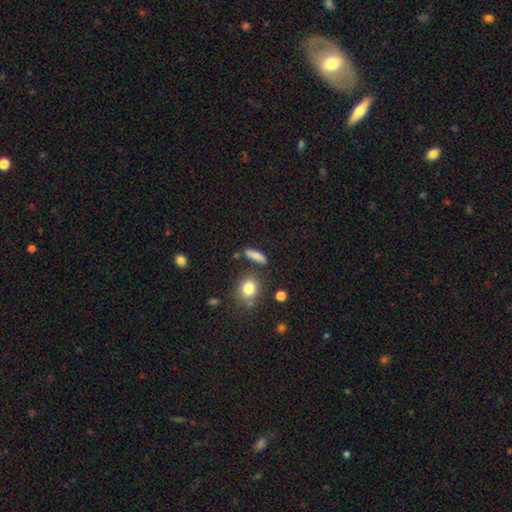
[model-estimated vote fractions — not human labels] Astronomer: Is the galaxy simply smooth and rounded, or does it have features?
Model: smooth — 80%.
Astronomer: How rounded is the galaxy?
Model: cigar-shaped — 56% (runner-up: in between, 34%).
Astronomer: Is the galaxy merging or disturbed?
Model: none — 76%.